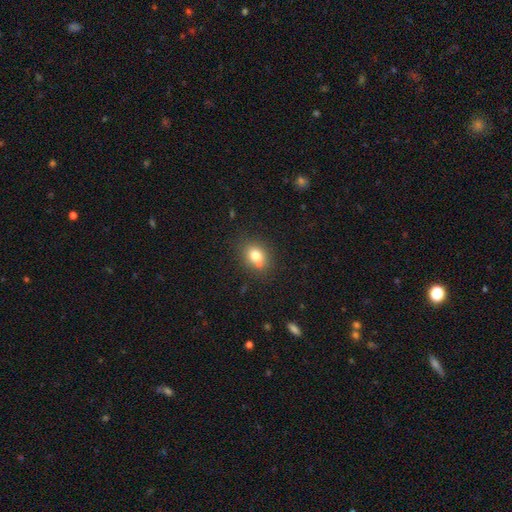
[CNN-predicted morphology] type=smooth (75%); roundness=round (57%); merging=none (61%).